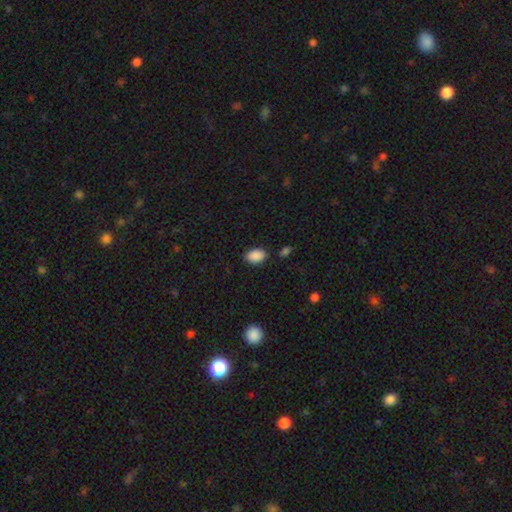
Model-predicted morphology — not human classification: Smooth or featured?
  - smooth: 89% *
  - star or artifact: 8%
  - featured or disk: 3%
How rounded?
  - in between: 86% *
  - round: 12%
  - cigar-shaped: 1%
Merging?
  - none: 82% *
  - minor disturbance: 11%
  - merger: 3%
  - major disturbance: 3%